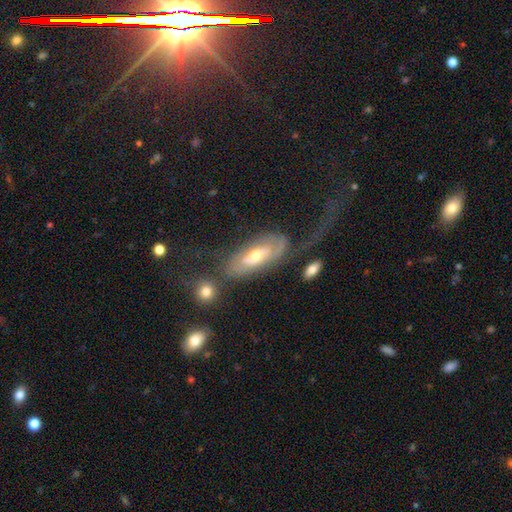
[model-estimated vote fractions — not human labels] A featured or disk galaxy (65%) with no bar (60%), spiral arms (71%) and a moderate central bulge (66%).

Vote fractions:
- Smooth or featured? featured or disk: 65% / smooth: 28% / star or artifact: 7%
- Edge-on disk? no: 83% / yes: 17%
- Bar? no: 60% / weak: 30% / strong: 10%
- Spiral arms? yes: 71% / no: 29%
- Bulge size? moderate: 66% / small: 26% / large: 6% / none: 1% / dominant: 1%
- Merging? none: 46% / major disturbance: 27% / minor disturbance: 20% / merger: 8%